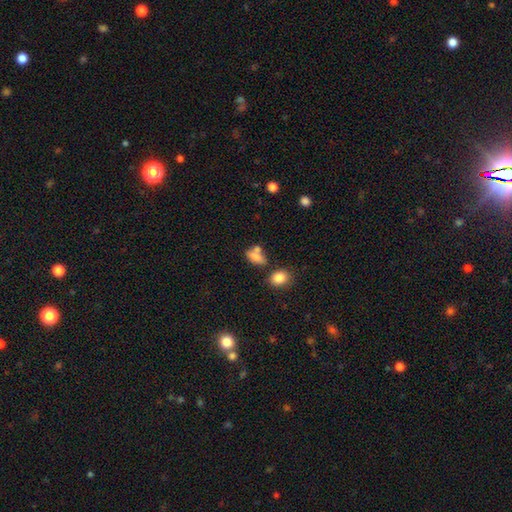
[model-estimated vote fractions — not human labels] Smooth or featured? smooth (74%)
How rounded? in between (77%)
Merging? none (42%)